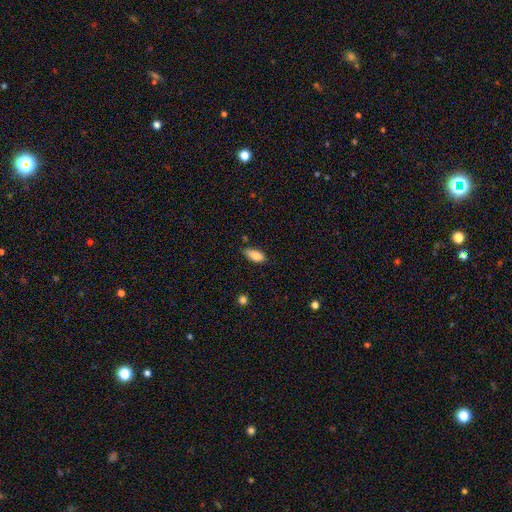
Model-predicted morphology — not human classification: This appears to be a smooth galaxy with no disk features (85%) that is in between round and cigar-shaped (84%). Merging: none (70%).